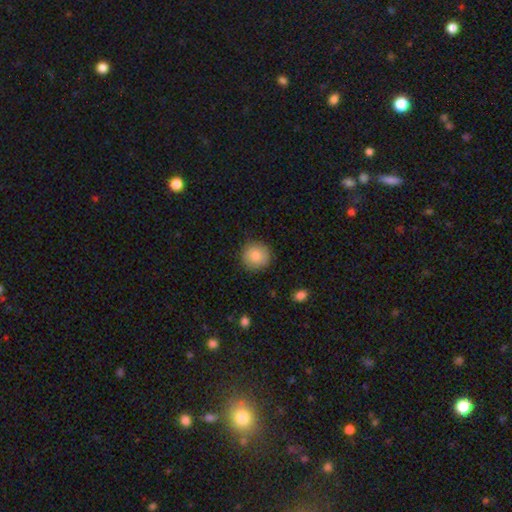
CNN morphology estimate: Smooth or featured? smooth (85%)
How rounded? round (92%)
Merging? none (87%)